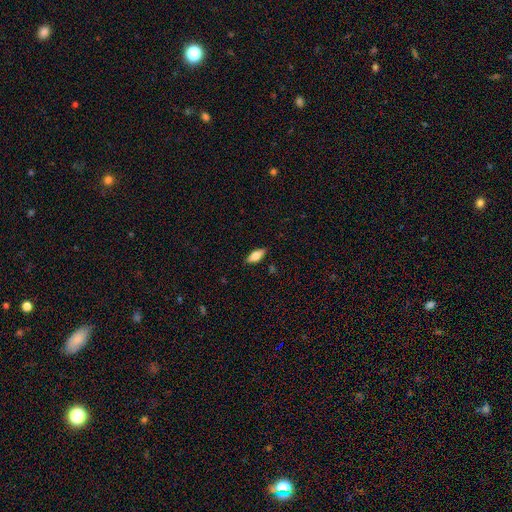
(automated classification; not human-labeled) A smooth galaxy with no disk features (76%) that is in between round and cigar-shaped (81%).

Vote fractions:
- Smooth or featured? smooth: 76% / featured or disk: 18% / star or artifact: 7%
- How rounded? in between: 81% / cigar-shaped: 16% / round: 2%
- Merging? none: 86% / minor disturbance: 11% / major disturbance: 2% / merger: 1%